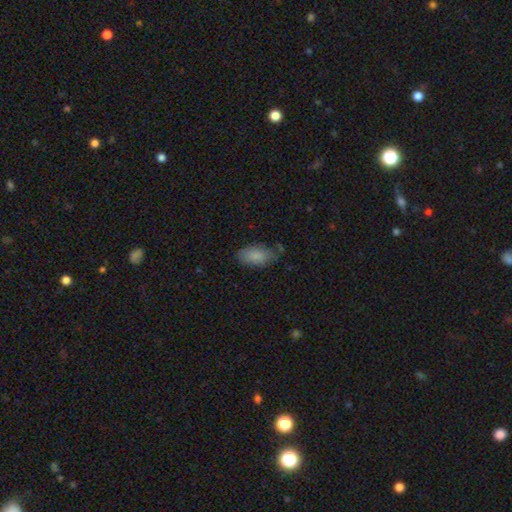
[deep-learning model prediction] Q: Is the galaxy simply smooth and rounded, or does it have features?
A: smooth — 85%.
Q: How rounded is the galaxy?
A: in between — 91%.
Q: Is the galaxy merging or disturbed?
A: none — 69%.